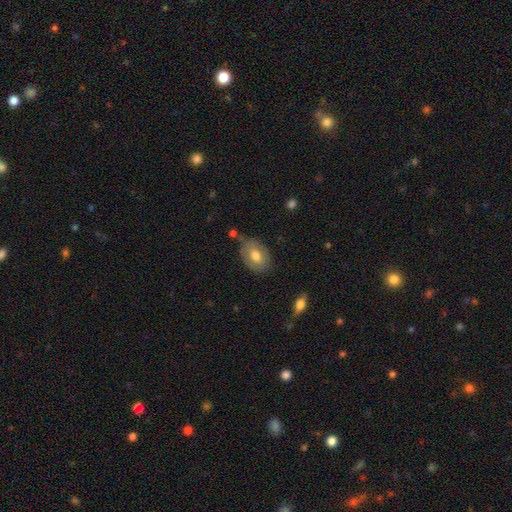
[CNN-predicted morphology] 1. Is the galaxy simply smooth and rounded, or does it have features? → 66% smooth, 27% featured or disk, 7% star or artifact.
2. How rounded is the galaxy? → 86% in between, 13% round, 1% cigar-shaped.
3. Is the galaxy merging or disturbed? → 72% none, 19% minor disturbance, 5% major disturbance, 4% merger.